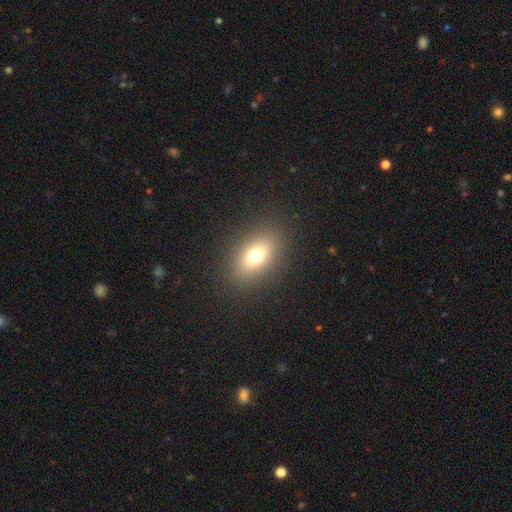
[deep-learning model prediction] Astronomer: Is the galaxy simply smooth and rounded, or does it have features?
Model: smooth — 69%.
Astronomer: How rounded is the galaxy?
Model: in between — 73%.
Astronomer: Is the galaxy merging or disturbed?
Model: none — 87%.